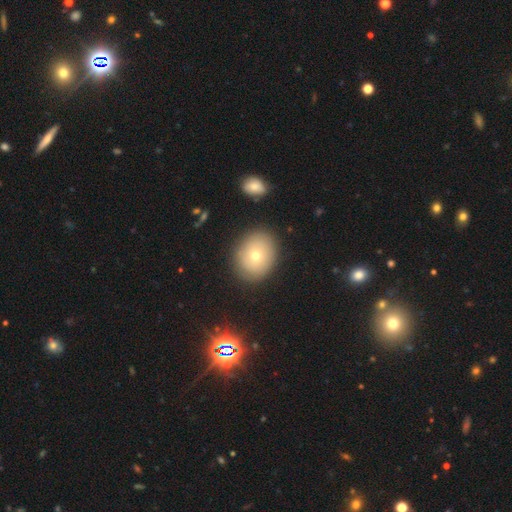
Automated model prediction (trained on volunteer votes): A smooth galaxy with no disk features (70%) that is round (57%). Merging: none (84%).